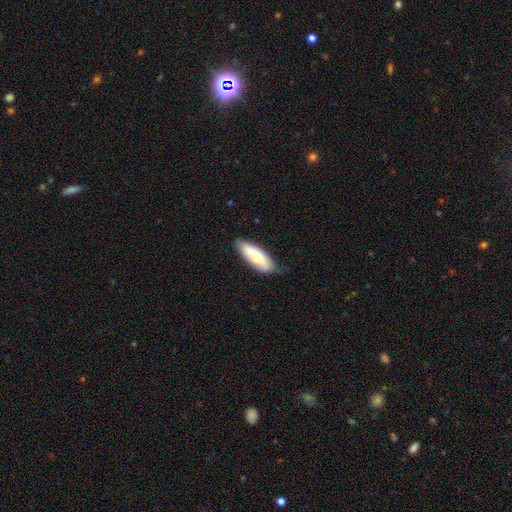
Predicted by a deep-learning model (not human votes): Q: Smooth or featured?
A: smooth (77%); runner-up: featured or disk (17%)
Q: How rounded?
A: in between (63%); runner-up: cigar-shaped (35%)
Q: Merging?
A: none (69%); runner-up: minor disturbance (25%)